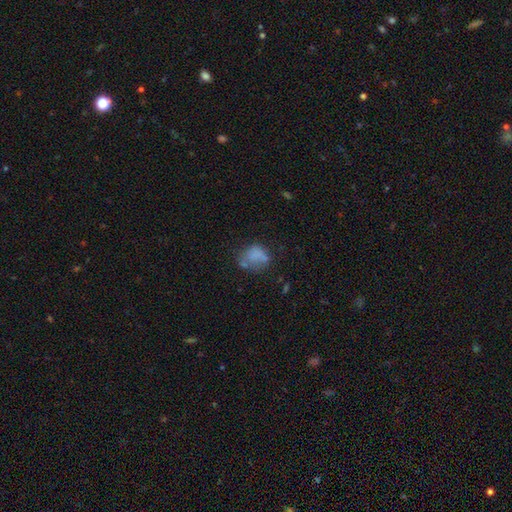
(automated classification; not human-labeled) A smooth galaxy with no disk features (64%) that is in between round and cigar-shaped (50%).

Vote fractions:
- Smooth or featured? smooth: 64% / featured or disk: 23% / star or artifact: 13%
- How rounded? in between: 50% / round: 48% / cigar-shaped: 1%
- Merging? none: 39% / minor disturbance: 26% / major disturbance: 22% / merger: 13%